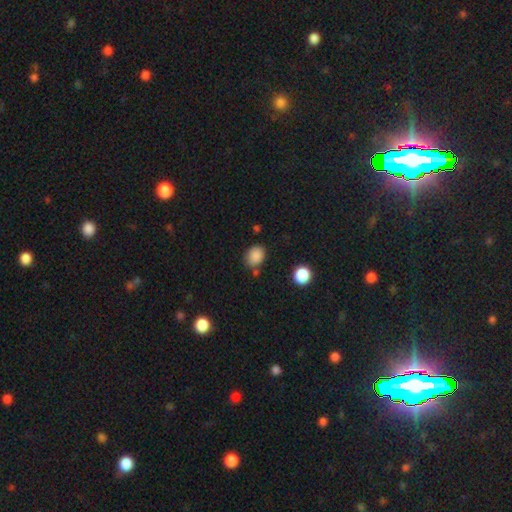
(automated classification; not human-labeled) Smooth or featured? smooth (86%)
How rounded? in between (56%)
Merging? none (73%)